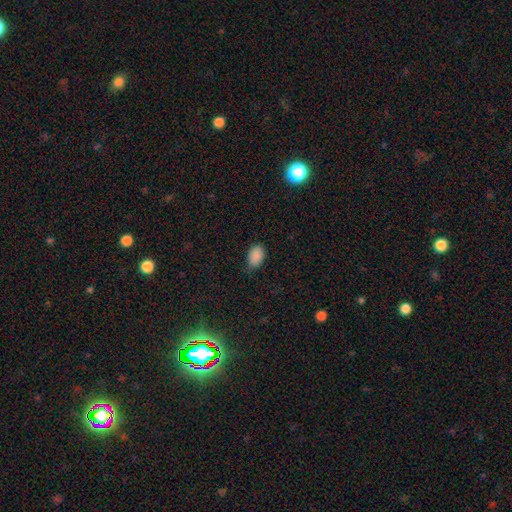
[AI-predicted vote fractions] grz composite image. It shows a smooth galaxy with no disk features (88%) that is in between round and cigar-shaped (89%). Merging: none (78%).